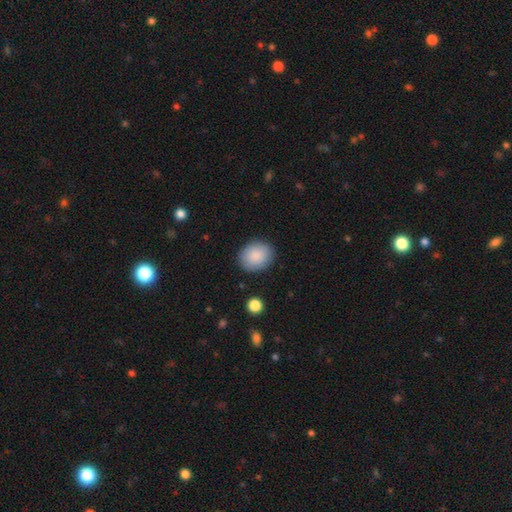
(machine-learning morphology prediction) Q: Smooth or featured?
A: smooth (88%); runner-up: star or artifact (7%)
Q: How rounded?
A: round (55%); runner-up: in between (44%)
Q: Merging?
A: none (87%); runner-up: minor disturbance (10%)